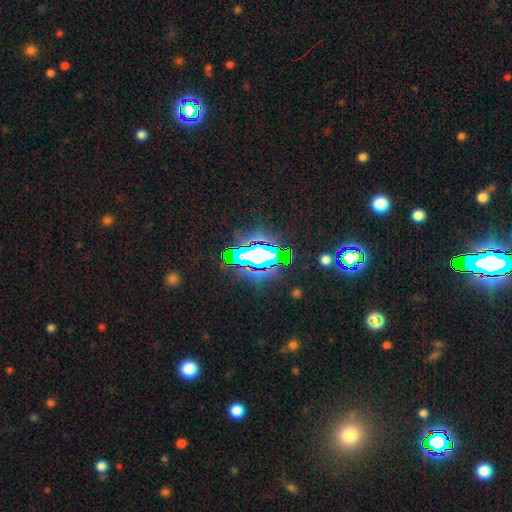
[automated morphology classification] Smooth or featured?
  - star or artifact: 63% *
  - smooth: 21%
  - featured or disk: 17%